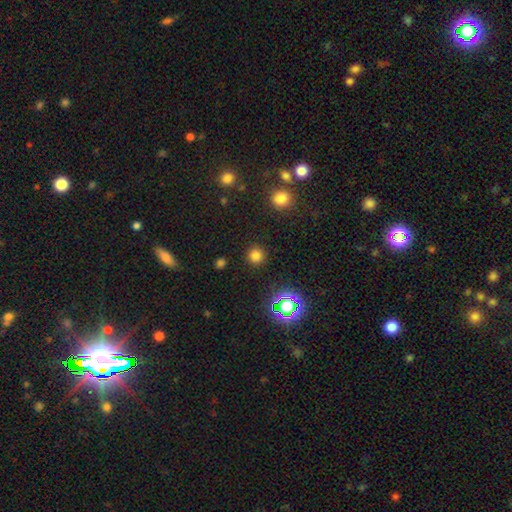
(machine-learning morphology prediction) The model was most divided on "smooth or featured": smooth: 76%, star or artifact: 19%, featured or disk: 5%. More confident: how rounded — round (94%); merging — none (90%).